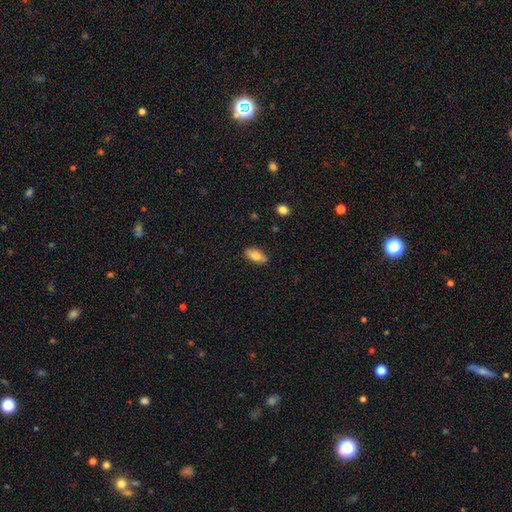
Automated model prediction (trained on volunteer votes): The model was most divided on "smooth or featured": smooth: 73%, featured or disk: 21%, star or artifact: 7%. More confident: merging — none (86%); how rounded — in between (81%).